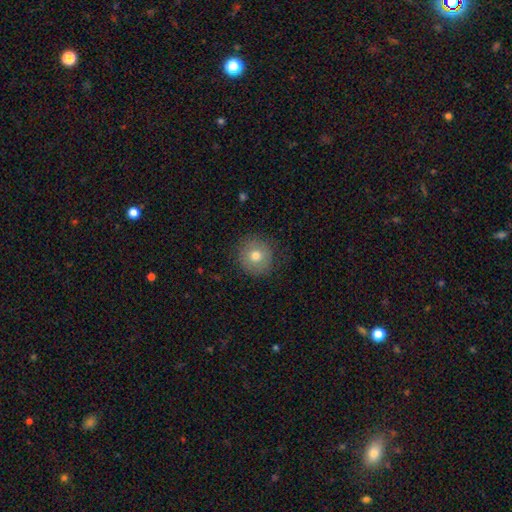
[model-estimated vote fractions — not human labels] The model was most divided on "smooth or featured": smooth: 73%, featured or disk: 17%, star or artifact: 10%. More confident: how rounded — round (93%); merging — none (85%).